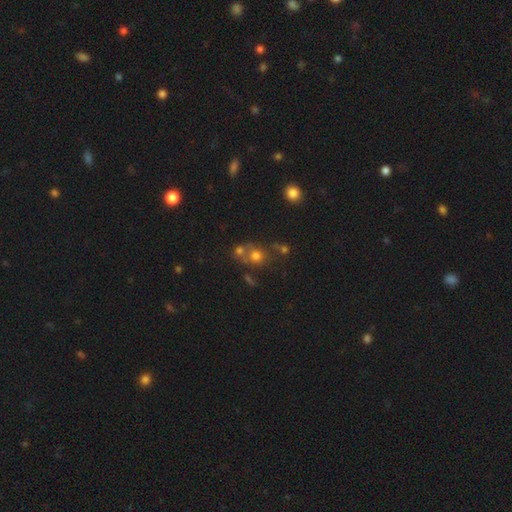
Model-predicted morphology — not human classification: smooth_or_featured: smooth (p=0.64) [alt: star or artifact p=0.19]
how_rounded: round (p=0.77) [alt: in between p=0.22]
merging: none (p=0.45) [alt: merger p=0.36]